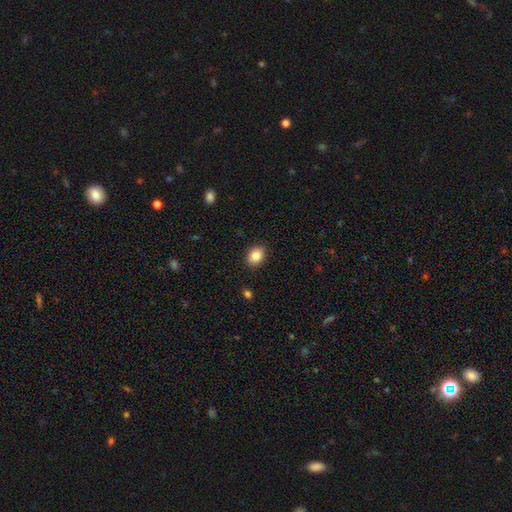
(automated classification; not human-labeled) Smooth or featured: smooth — 83% (star or artifact — 9%)
How rounded: in between — 60% (round — 40%)
Merging: none — 89% (minor disturbance — 8%)